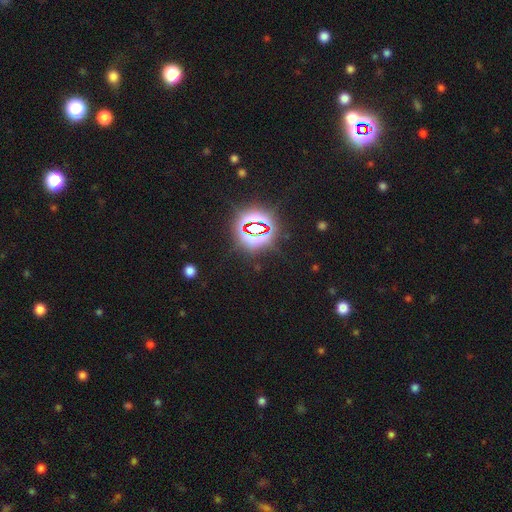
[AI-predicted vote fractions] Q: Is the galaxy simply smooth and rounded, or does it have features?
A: star or artifact — 82%.